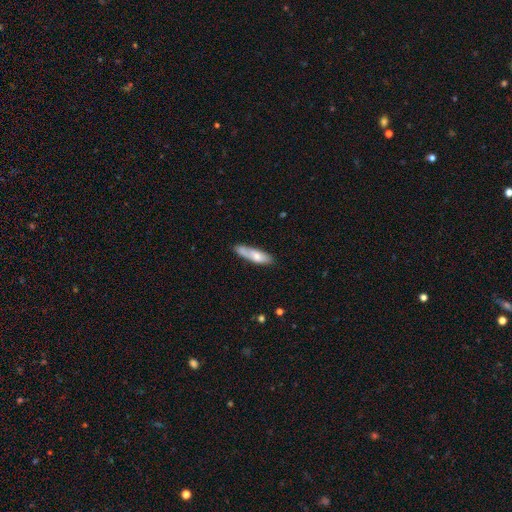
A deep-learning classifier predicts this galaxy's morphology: smooth_or_featured: smooth (p=0.67) [alt: featured or disk p=0.27]
how_rounded: cigar-shaped (p=0.62) [alt: in between p=0.36]
merging: none (p=0.56) [alt: minor disturbance p=0.24]